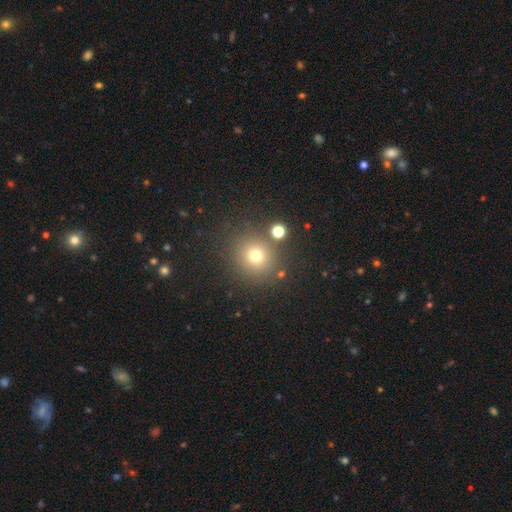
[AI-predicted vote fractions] smooth 72%, star or artifact 19%, featured or disk 9%. Down the decision tree: how rounded — round (91%); merging — none (82%).